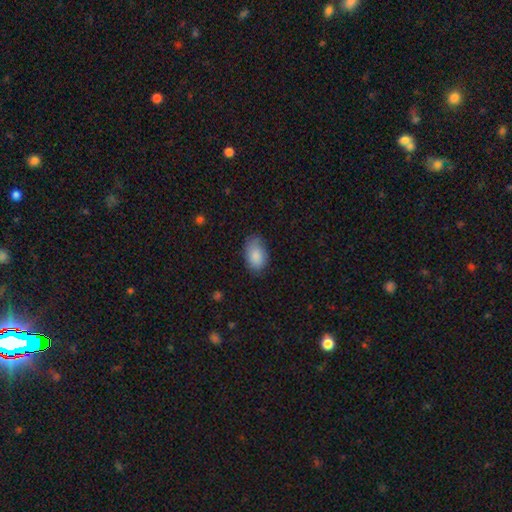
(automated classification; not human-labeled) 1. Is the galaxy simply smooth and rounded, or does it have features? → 85% smooth, 9% featured or disk, 7% star or artifact.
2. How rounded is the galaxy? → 90% in between, 9% round, 1% cigar-shaped.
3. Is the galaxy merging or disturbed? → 72% none, 22% minor disturbance, 5% major disturbance, 1% merger.